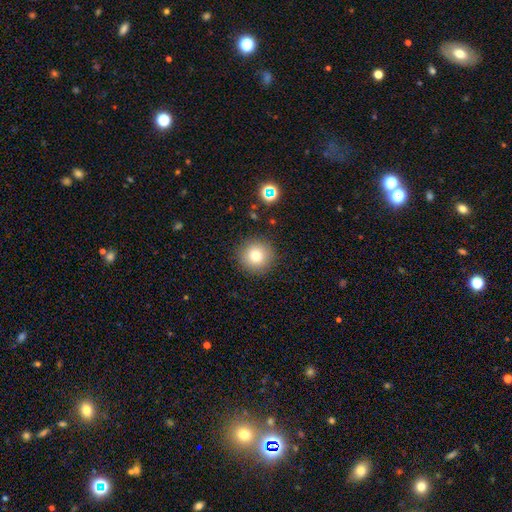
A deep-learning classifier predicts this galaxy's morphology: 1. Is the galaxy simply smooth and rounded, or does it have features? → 80% smooth, 12% star or artifact, 8% featured or disk.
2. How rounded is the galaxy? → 94% round, 5% in between, 1% cigar-shaped.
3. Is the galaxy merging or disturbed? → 89% none, 7% minor disturbance, 2% major disturbance, 1% merger.